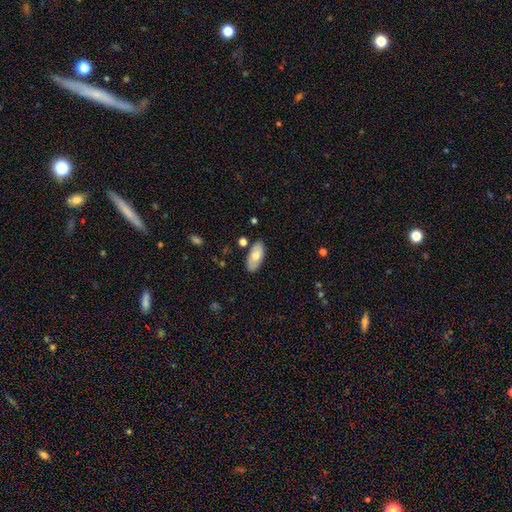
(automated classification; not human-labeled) Overall: smooth (65%; featured or disk 29%). How rounded: in between (91%). Merging: none (83%).